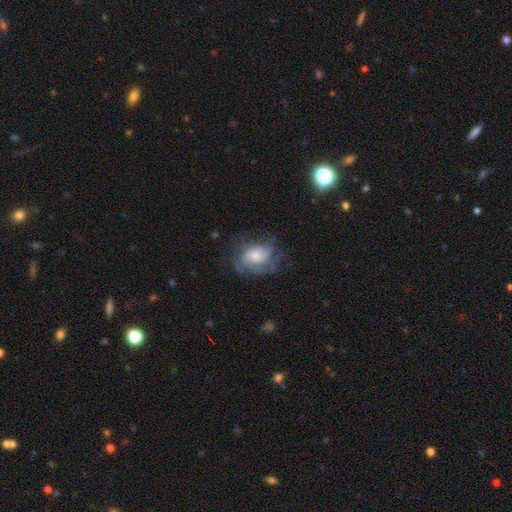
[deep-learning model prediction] Q: Smooth or featured?
A: featured or disk (63%); runner-up: smooth (29%)
Q: Edge-on disk?
A: no (97%); runner-up: yes (3%)
Q: Bar?
A: no (70%); runner-up: weak (26%)
Q: Spiral arms?
A: yes (79%); runner-up: no (21%)
Q: Bulge size?
A: moderate (38%); runner-up: small (35%)
Q: Merging?
A: none (49%); runner-up: major disturbance (25%)